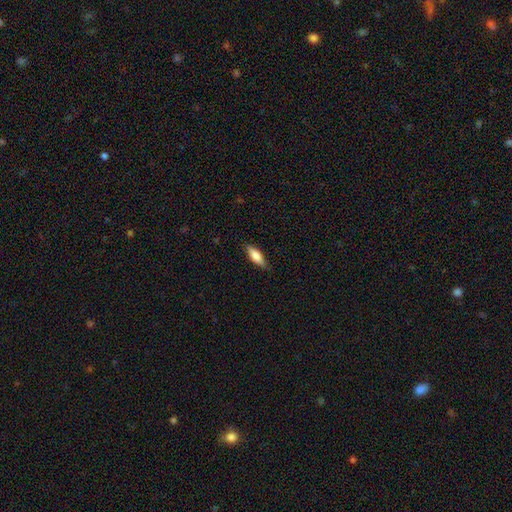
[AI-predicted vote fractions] Smooth or featured? Predicted: smooth (p=0.76). How rounded? Predicted: in between (p=0.60). Merging? Predicted: none (p=0.83).